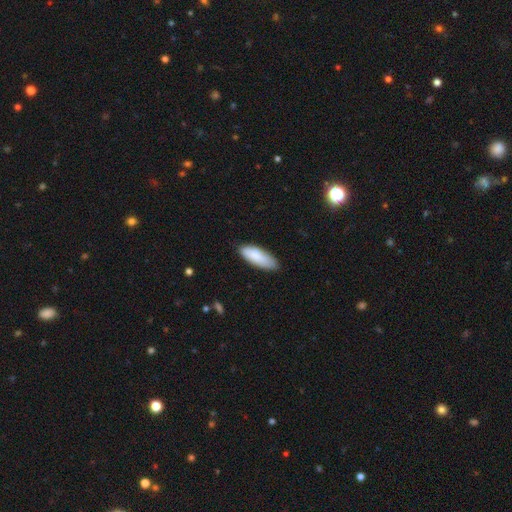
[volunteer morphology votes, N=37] Q: Smooth or featured?
A: smooth (92%); runner-up: featured or disk (5%)
Q: How rounded?
A: in between (65%); runner-up: cigar-shaped (35%)
Q: Merging?
A: none (94%); runner-up: minor disturbance (6%)